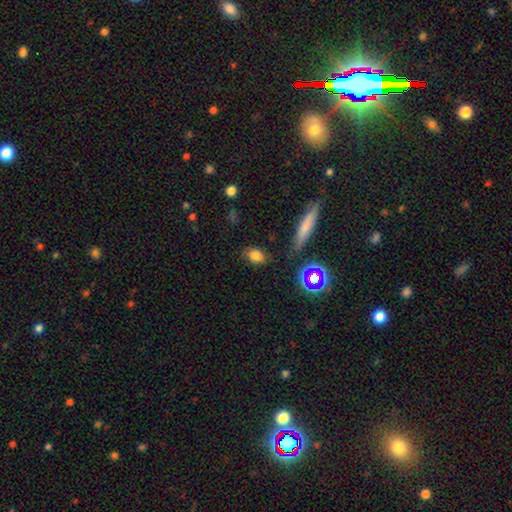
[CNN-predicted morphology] Smooth or featured: smooth — 77% (star or artifact — 13%)
How rounded: in between — 75% (round — 20%)
Merging: none — 78% (minor disturbance — 14%)